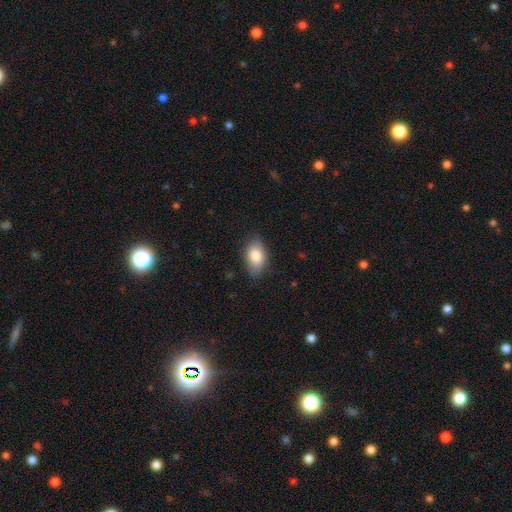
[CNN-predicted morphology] Smooth or featured? Predicted: smooth (p=0.84). How rounded? Predicted: in between (p=0.91). Merging? Predicted: none (p=0.78).